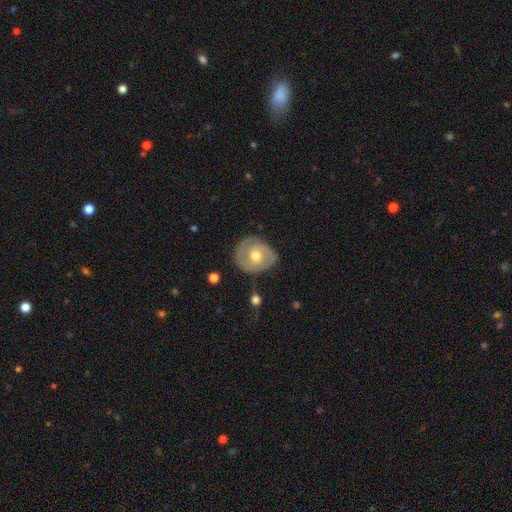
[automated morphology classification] featured or disk 62%, smooth 32%, star or artifact 5%. Down the decision tree: edge-on disk — no (96%); bar — no (76%); spiral arms — yes (68%); bulge size — moderate (75%); merging — none (71%).